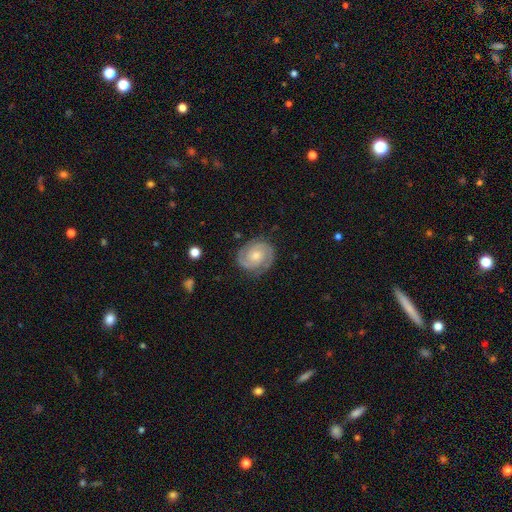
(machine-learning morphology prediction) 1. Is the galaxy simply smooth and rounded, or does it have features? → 85% featured or disk, 10% smooth, 5% star or artifact.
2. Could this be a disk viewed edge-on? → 98% no, 2% yes.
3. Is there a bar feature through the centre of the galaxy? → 67% no, 27% weak, 5% strong.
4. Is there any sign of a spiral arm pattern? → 97% yes, 3% no.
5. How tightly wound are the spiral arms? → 61% tight, 34% medium, 6% loose.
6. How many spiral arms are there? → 89% 2, 4% can't tell, 3% 3, 2% 1, 1% 4, 1% more than 4.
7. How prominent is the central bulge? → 49% moderate, 42% small, 4% large, 3% none, 1% dominant.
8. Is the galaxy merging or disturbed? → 83% none, 12% minor disturbance, 4% major disturbance, 1% merger.